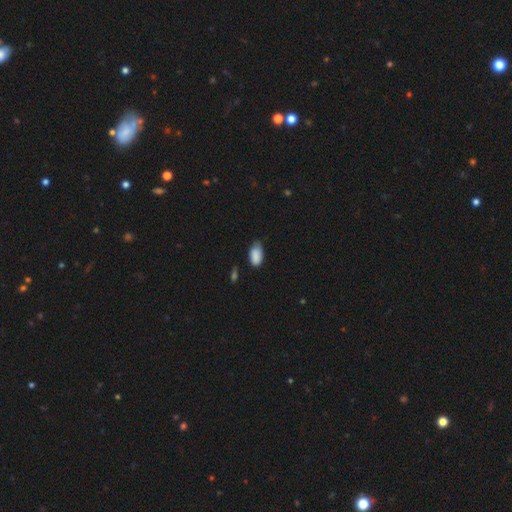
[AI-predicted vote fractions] Smooth or featured?
  - smooth: 87% *
  - star or artifact: 7%
  - featured or disk: 5%
How rounded?
  - in between: 93% *
  - round: 5%
  - cigar-shaped: 2%
Merging?
  - none: 56% *
  - minor disturbance: 37%
  - major disturbance: 5%
  - merger: 2%